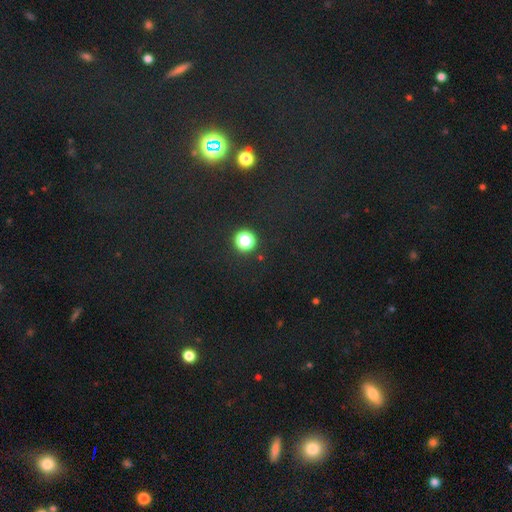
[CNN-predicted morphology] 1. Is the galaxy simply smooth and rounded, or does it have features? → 66% star or artifact, 25% smooth, 8% featured or disk.